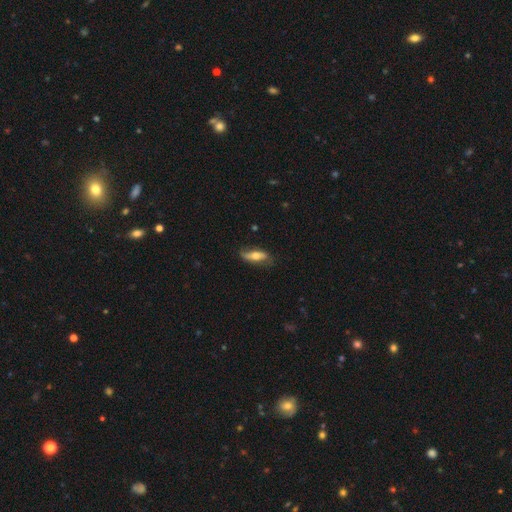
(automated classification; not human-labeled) Smooth or featured? Predicted: featured or disk (p=0.47). Merging? Predicted: none (p=0.69).